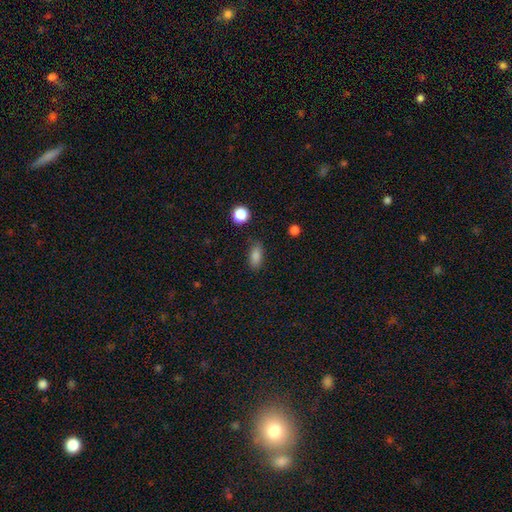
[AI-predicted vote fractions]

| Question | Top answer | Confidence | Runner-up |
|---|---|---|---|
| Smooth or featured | smooth | 85% | star or artifact (10%) |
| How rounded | in between | 85% | cigar-shaped (8%) |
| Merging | none | 81% | minor disturbance (14%) |